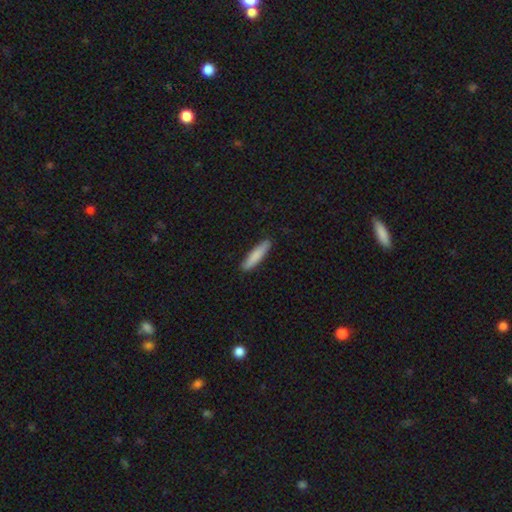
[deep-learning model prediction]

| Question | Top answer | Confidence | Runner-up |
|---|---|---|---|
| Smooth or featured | smooth | 83% | featured or disk (12%) |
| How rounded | cigar-shaped | 86% | in between (13%) |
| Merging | none | 89% | minor disturbance (8%) |